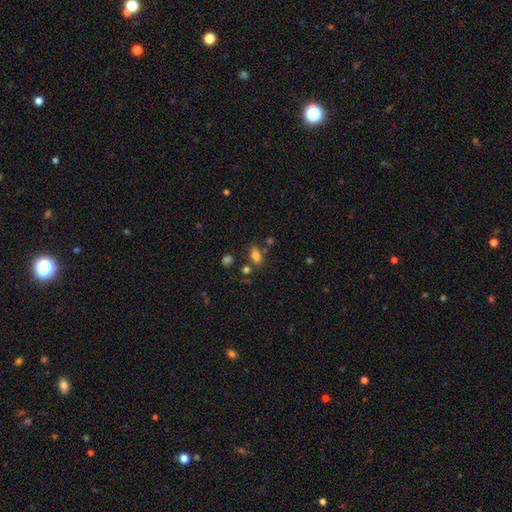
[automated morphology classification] This is clearly a smooth galaxy (81%). How rounded: clearly in between (86%). Merging: likely none (72%).